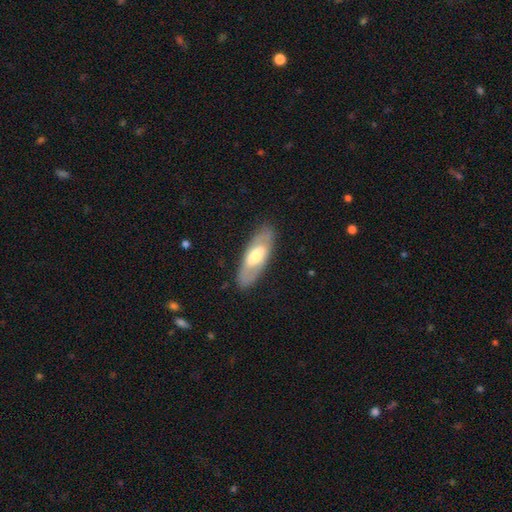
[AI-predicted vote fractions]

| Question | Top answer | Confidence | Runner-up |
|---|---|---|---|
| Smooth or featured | featured or disk | 48% | smooth (46%) |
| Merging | none | 84% | minor disturbance (11%) |